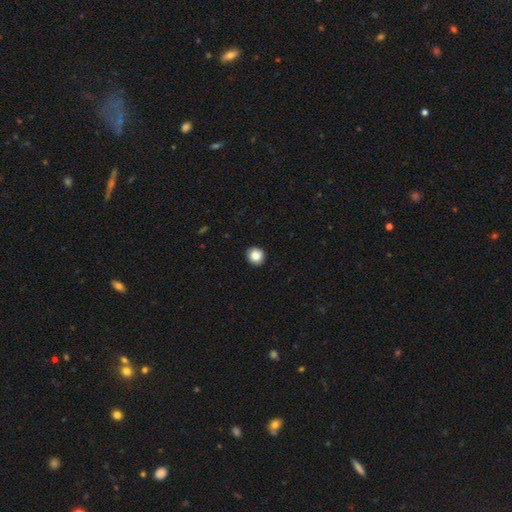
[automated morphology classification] smooth 87%, star or artifact 9%, featured or disk 4%. Down the decision tree: how rounded — round (91%); merging — none (90%).